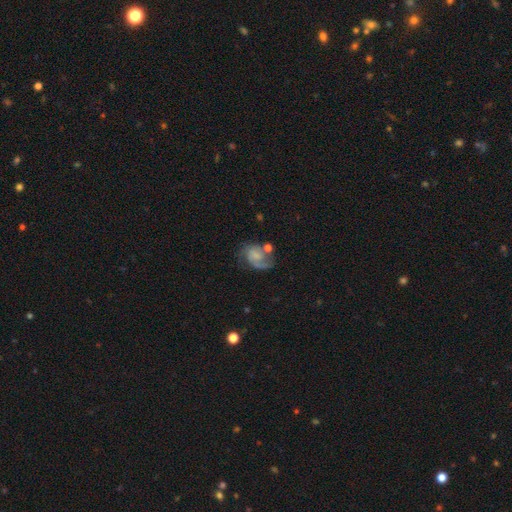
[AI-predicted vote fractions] Morphology: type=featured or disk (63%); edge-on=no (98%); bar=no (66%); spiral arms=yes (86%); winding=medium (44%); arm count=2 (47%); bulge=small (42%); merging=none (43%).